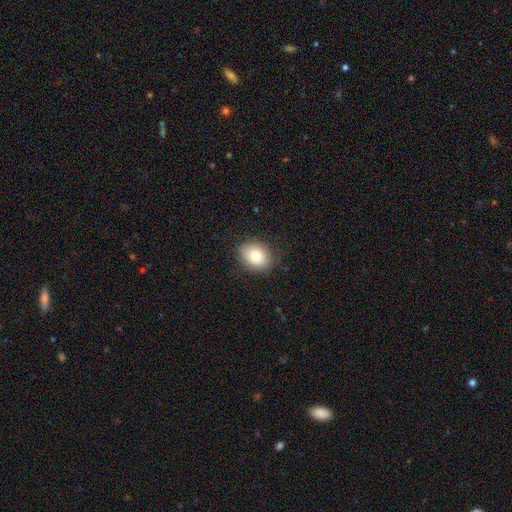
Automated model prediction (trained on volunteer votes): Smooth or featured?
  - smooth: 82% *
  - featured or disk: 10%
  - star or artifact: 8%
How rounded?
  - in between: 63% *
  - round: 36%
  - cigar-shaped: 1%
Merging?
  - none: 83% *
  - minor disturbance: 13%
  - major disturbance: 3%
  - merger: 1%